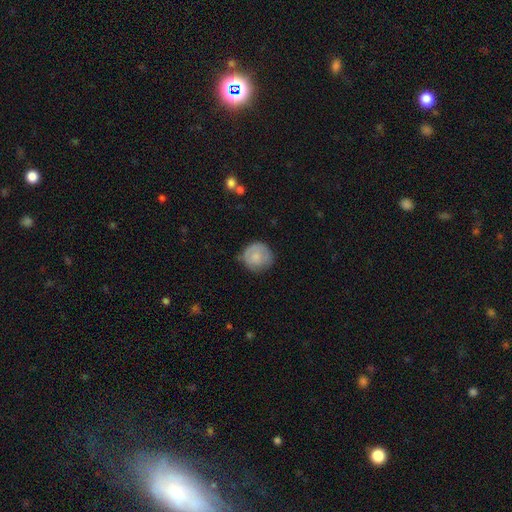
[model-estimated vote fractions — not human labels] smooth-or-featured: smooth: 72% | featured or disk: 21% | star or artifact: 7%
  how-rounded: round: 91% | in between: 8% | cigar-shaped: 1%
  merging: none: 67% | minor disturbance: 25% | major disturbance: 6% | merger: 2%